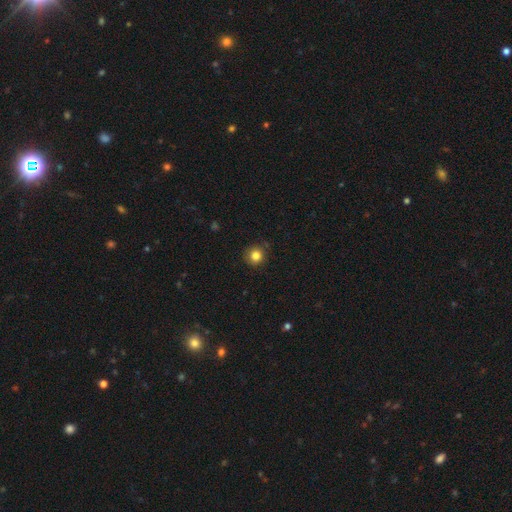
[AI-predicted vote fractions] Q: Smooth or featured?
A: smooth (83%); runner-up: star or artifact (11%)
Q: How rounded?
A: round (93%); runner-up: in between (6%)
Q: Merging?
A: none (86%); runner-up: minor disturbance (10%)